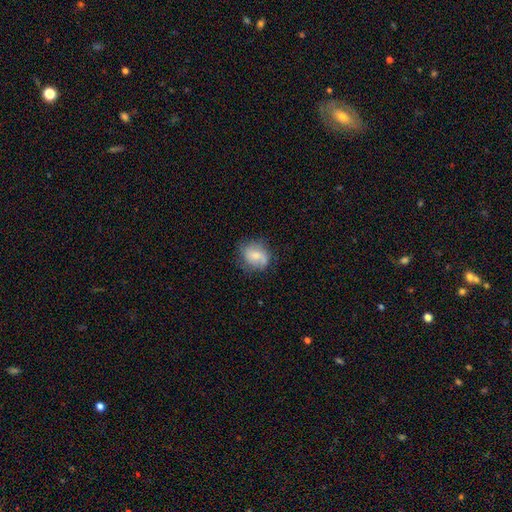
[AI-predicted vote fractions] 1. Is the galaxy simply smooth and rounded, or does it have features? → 63% smooth, 29% featured or disk, 8% star or artifact.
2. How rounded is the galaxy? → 57% round, 42% in between, 1% cigar-shaped.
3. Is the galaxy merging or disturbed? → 64% none, 25% minor disturbance, 9% major disturbance, 2% merger.